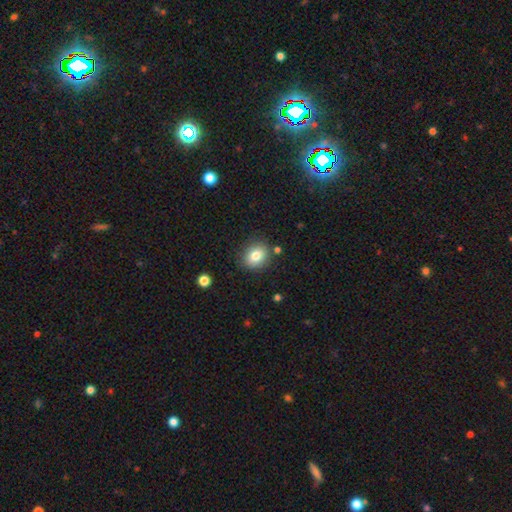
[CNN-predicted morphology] The model was most divided on "how rounded": round: 57%, in between: 42%, cigar-shaped: 1%. More confident: merging — none (84%); smooth or featured — smooth (81%).